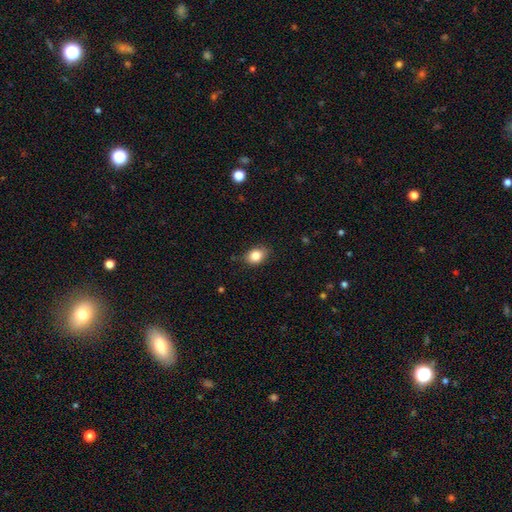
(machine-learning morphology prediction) smooth 84%, star or artifact 9%, featured or disk 7%. Down the decision tree: how rounded — in between (69%); merging — none (81%).